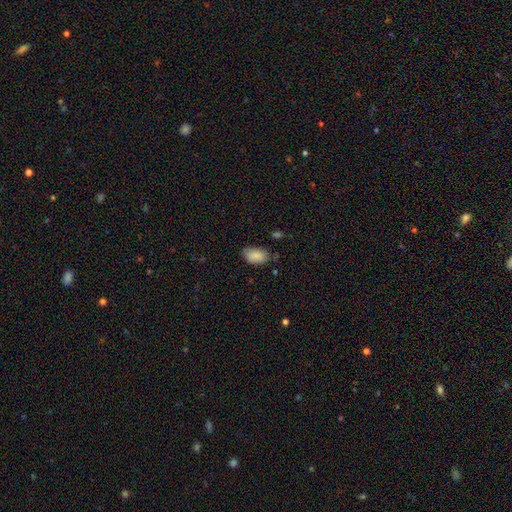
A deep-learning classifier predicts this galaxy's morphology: Q: Smooth or featured?
A: smooth (87%); runner-up: star or artifact (7%)
Q: How rounded?
A: in between (93%); runner-up: round (6%)
Q: Merging?
A: none (71%); runner-up: minor disturbance (22%)